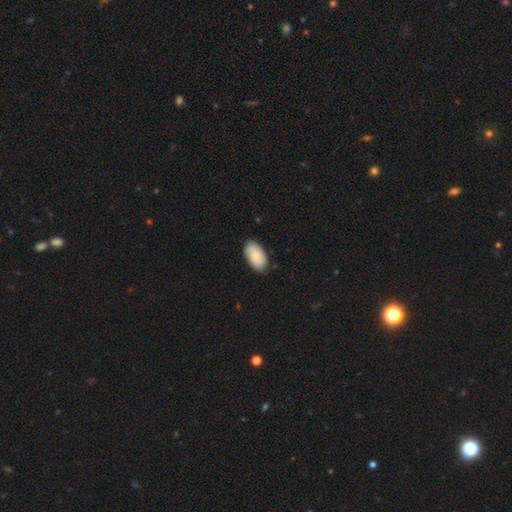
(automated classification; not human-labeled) Overall: smooth (86%). How rounded: in between (95%). Merging: none (83%).